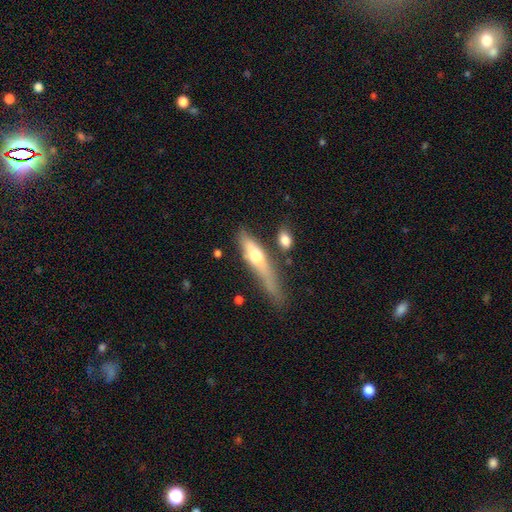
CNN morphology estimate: Smooth or featured? Predicted: smooth (p=0.52). How rounded? Predicted: cigar-shaped (p=0.74). Merging? Predicted: none (p=0.46).